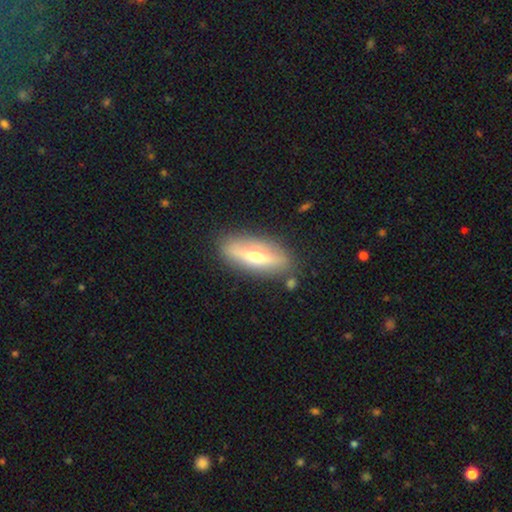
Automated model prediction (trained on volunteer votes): smooth_or_featured: featured or disk (p=0.56) [alt: smooth p=0.37]
disk_edge_on: yes (p=0.76) [alt: no p=0.24]
merging: none (p=0.84) [alt: minor disturbance p=0.11]